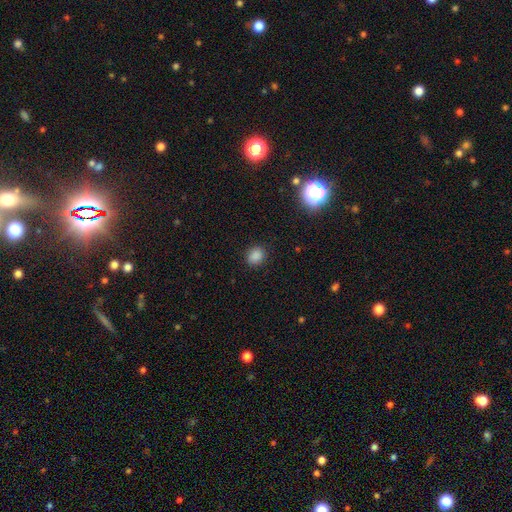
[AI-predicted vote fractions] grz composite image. It shows a smooth galaxy with no disk features (84%) that is round (56%). Merging: none (87%).